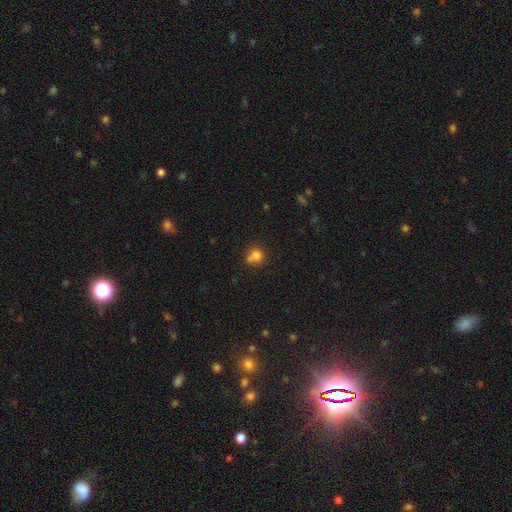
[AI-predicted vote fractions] smooth_or_featured: smooth (p=0.78) [alt: star or artifact p=0.12]
how_rounded: round (p=0.81) [alt: in between p=0.18]
merging: none (p=0.48) [alt: merger p=0.33]